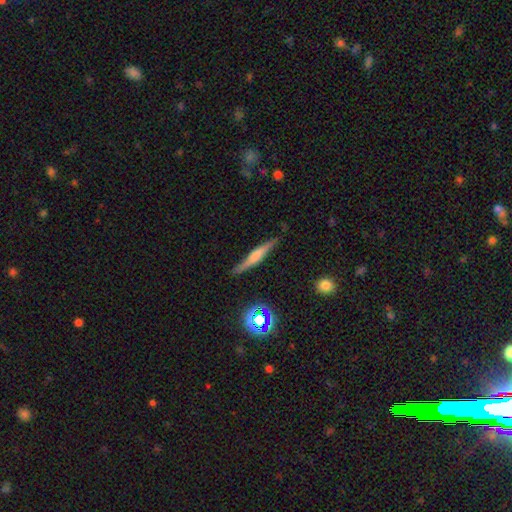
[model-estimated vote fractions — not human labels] featured or disk 49%, smooth 41%, star or artifact 9%. Down the decision tree: merging — none (83%).